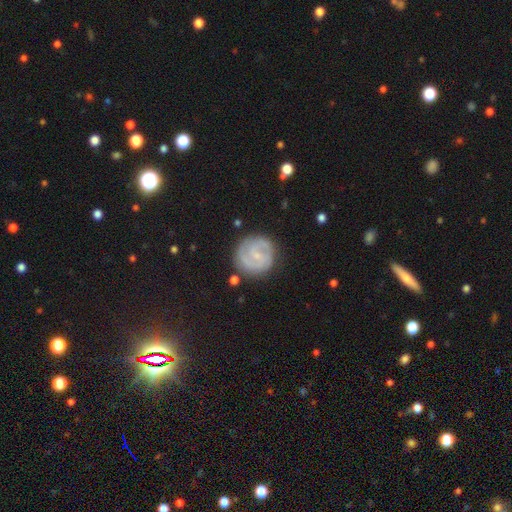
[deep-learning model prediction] Morphology: type=featured or disk (73%); edge-on=no (98%); bar=no (49%); spiral arms=yes (92%); winding=tight (52%); arm count=2 (63%); bulge=small (72%); merging=none (82%).